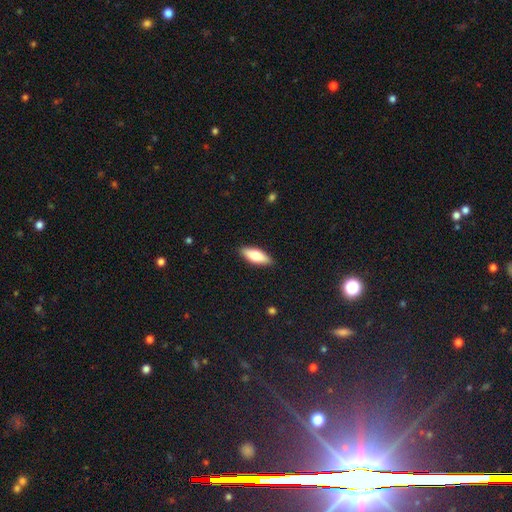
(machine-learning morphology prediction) This appears to be a smooth galaxy with no disk features (74%) that is in between round and cigar-shaped (68%). Merging: none (89%).